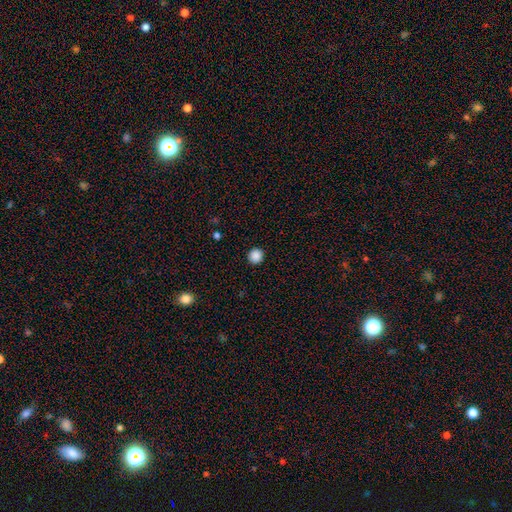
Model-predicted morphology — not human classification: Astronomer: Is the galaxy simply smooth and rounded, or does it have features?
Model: smooth — 88%.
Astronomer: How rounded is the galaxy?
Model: round — 93%.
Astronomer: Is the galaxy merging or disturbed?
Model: none — 93%.